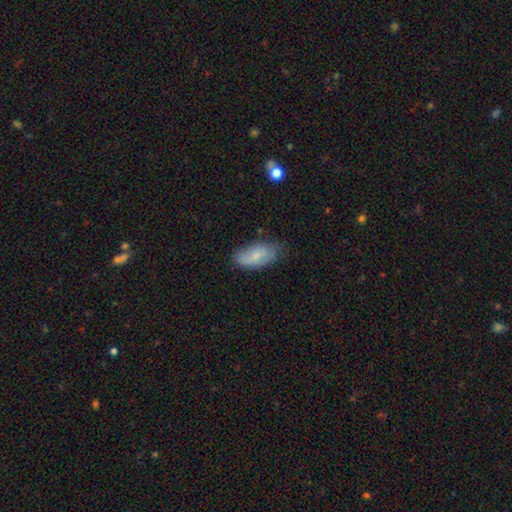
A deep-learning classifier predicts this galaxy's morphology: Q: Smooth or featured?
A: smooth (71%); runner-up: featured or disk (23%)
Q: How rounded?
A: in between (91%); runner-up: cigar-shaped (7%)
Q: Merging?
A: none (68%); runner-up: minor disturbance (25%)